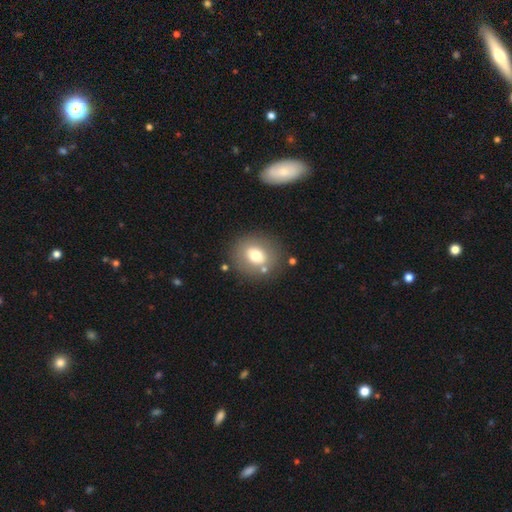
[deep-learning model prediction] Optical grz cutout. It shows a smooth galaxy with no disk features (69%) that is round (68%). Merging: none (80%).